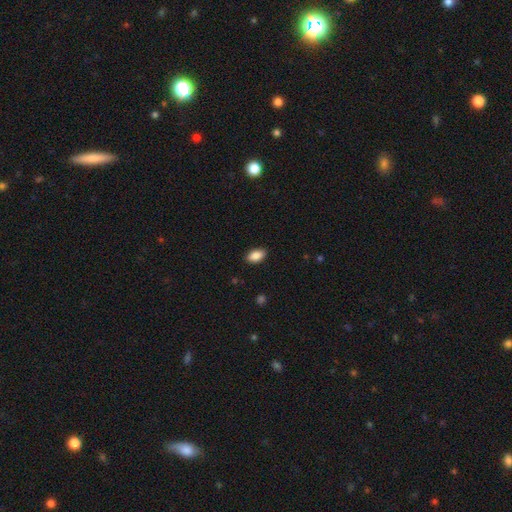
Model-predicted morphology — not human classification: type=smooth (88%); roundness=in between (93%); merging=none (88%).